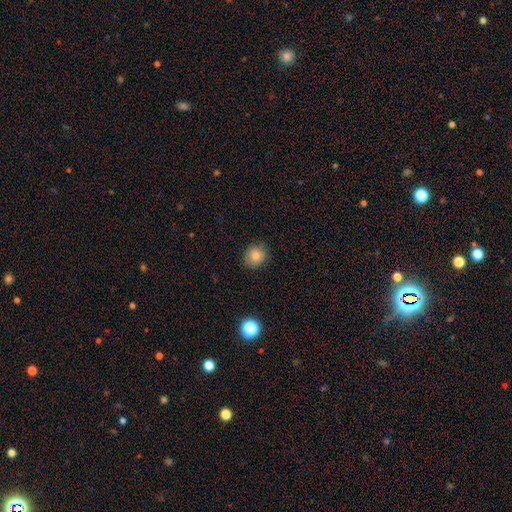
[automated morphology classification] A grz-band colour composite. It shows a smooth galaxy with no disk features (82%) that is round (79%). Merging: none (85%).